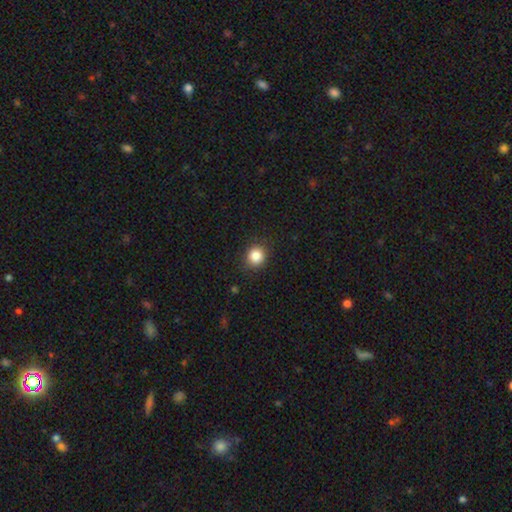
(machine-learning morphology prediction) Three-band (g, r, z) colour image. It shows a smooth galaxy with no disk features (85%) that is round (85%). Merging: none (88%).